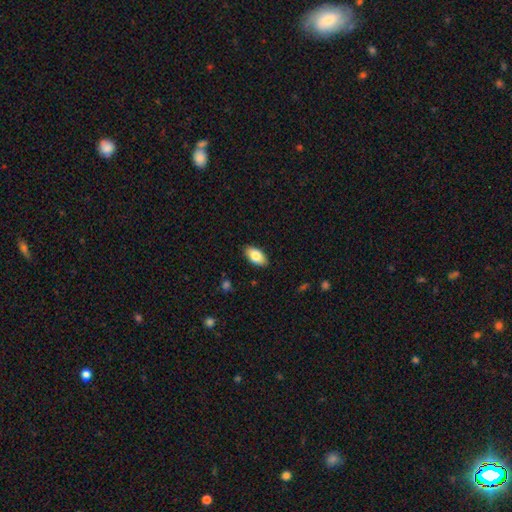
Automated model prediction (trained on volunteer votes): smooth-or-featured: smooth: 83% | featured or disk: 10% | star or artifact: 7%
  how-rounded: in between: 93% | cigar-shaped: 4% | round: 3%
  merging: none: 88% | minor disturbance: 9% | major disturbance: 2% | merger: 1%